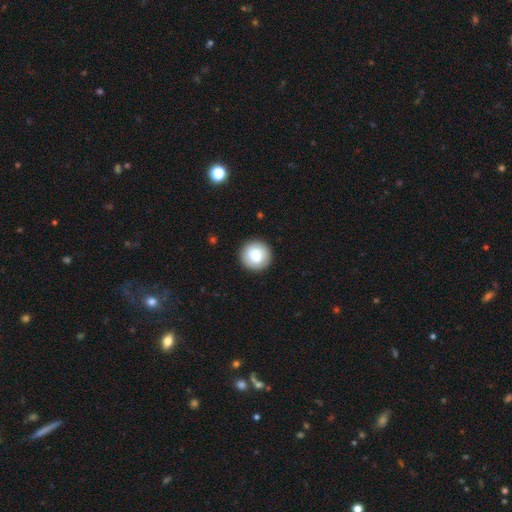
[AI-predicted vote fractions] smooth 81%, featured or disk 12%, star or artifact 7%. Down the decision tree: how rounded — round (95%); merging — none (91%).